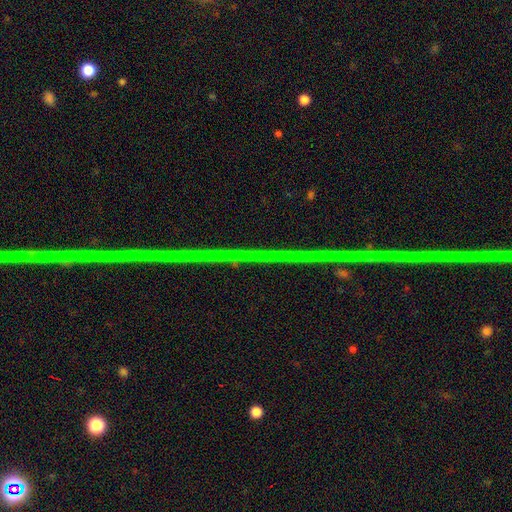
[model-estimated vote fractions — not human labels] smooth-or-featured: star or artifact: 88% | featured or disk: 8% | smooth: 4%